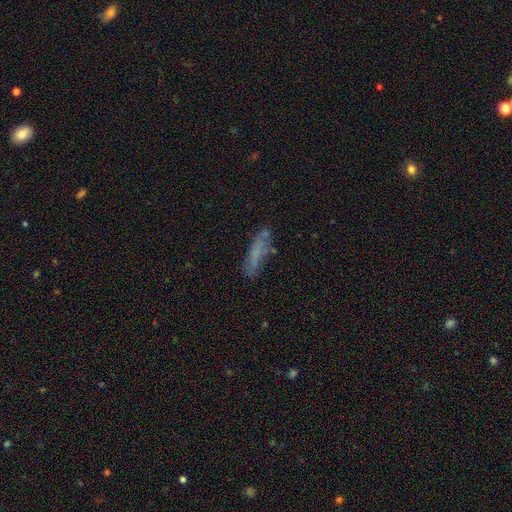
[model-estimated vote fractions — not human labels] smooth-or-featured: smooth: 63% | featured or disk: 27% | star or artifact: 10%
  how-rounded: cigar-shaped: 71% | in between: 27% | round: 2%
  merging: none: 62% | minor disturbance: 22% | major disturbance: 10% | merger: 5%